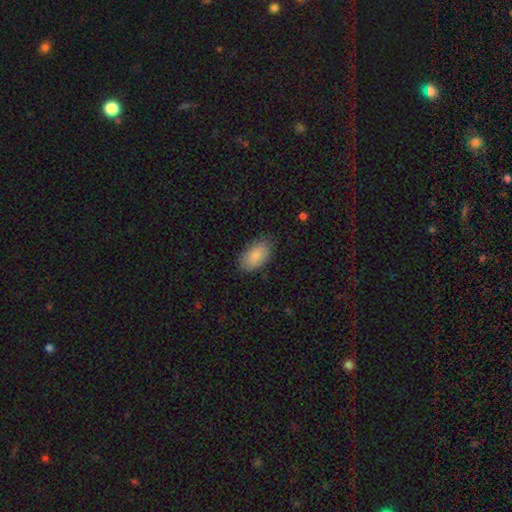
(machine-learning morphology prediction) This appears to be a smooth galaxy with no disk features (86%) that is in between round and cigar-shaped (94%). Merging: none (82%).